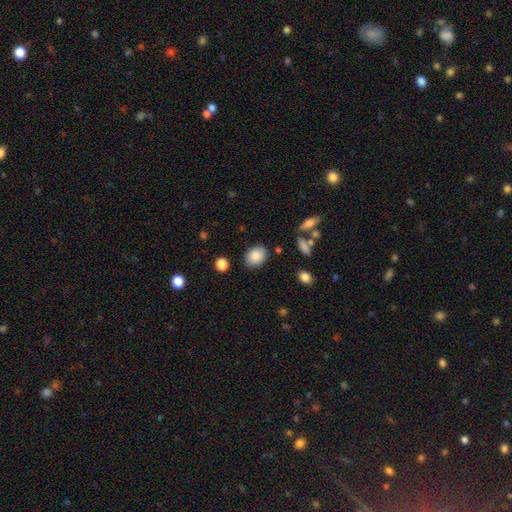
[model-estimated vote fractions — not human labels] This is clearly a smooth galaxy (87%). How rounded: likely in between (66%). Merging: clearly none (83%).